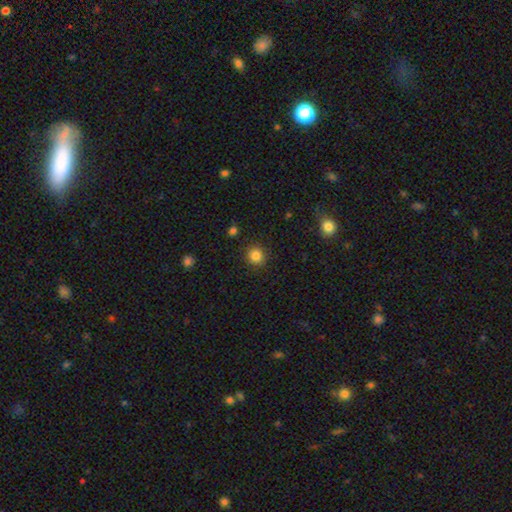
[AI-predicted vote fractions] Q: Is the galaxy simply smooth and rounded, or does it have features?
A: smooth — 84%.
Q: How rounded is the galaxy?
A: round — 87%.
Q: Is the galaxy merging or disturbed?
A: none — 90%.